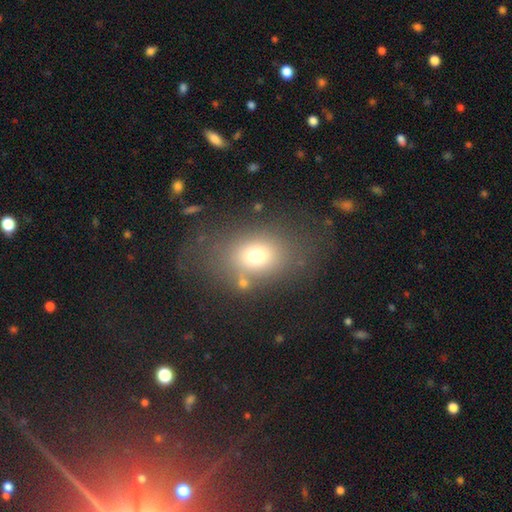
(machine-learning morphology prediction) The model was most divided on "how rounded": in between: 63%, round: 36%, cigar-shaped: 1%. More confident: smooth or featured — smooth (69%); merging — none (68%).